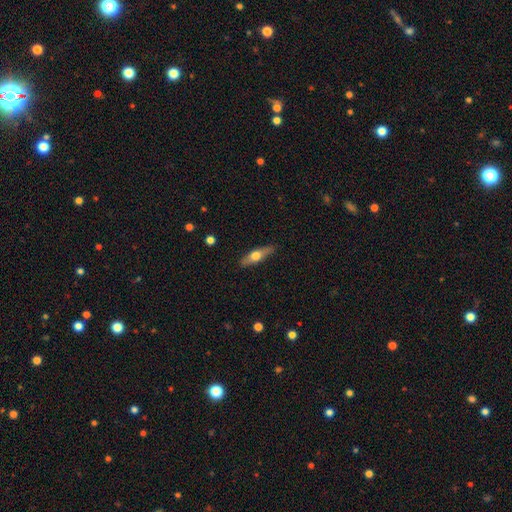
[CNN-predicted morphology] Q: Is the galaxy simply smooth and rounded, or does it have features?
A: featured or disk — 49%.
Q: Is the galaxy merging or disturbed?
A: none — 88%.